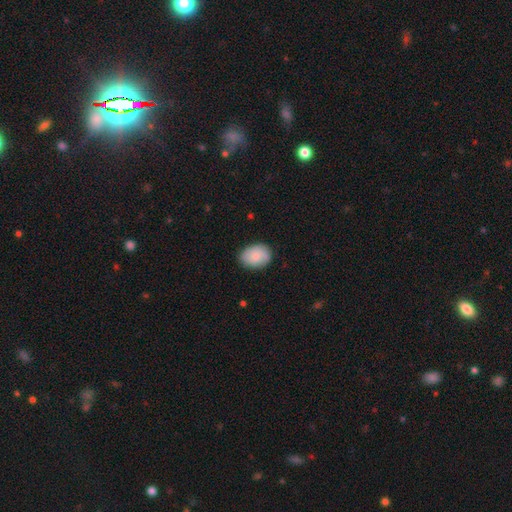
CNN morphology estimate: The model was most divided on "how rounded": in between: 71%, round: 28%, cigar-shaped: 1%. More confident: merging — none (78%); smooth or featured — smooth (74%).